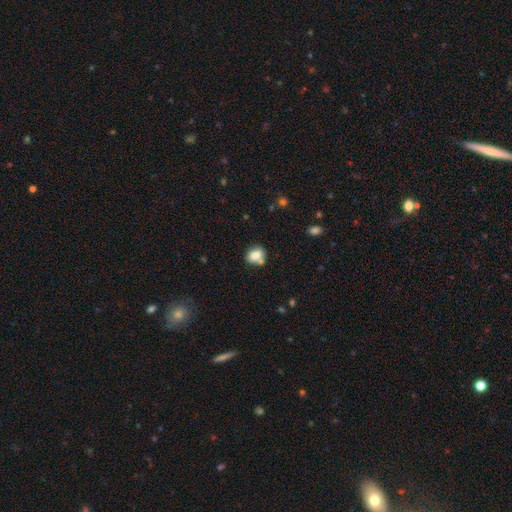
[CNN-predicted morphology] This appears to be a smooth galaxy with no disk features (79%) that is in between round and cigar-shaped (55%). Merging: none (50%).